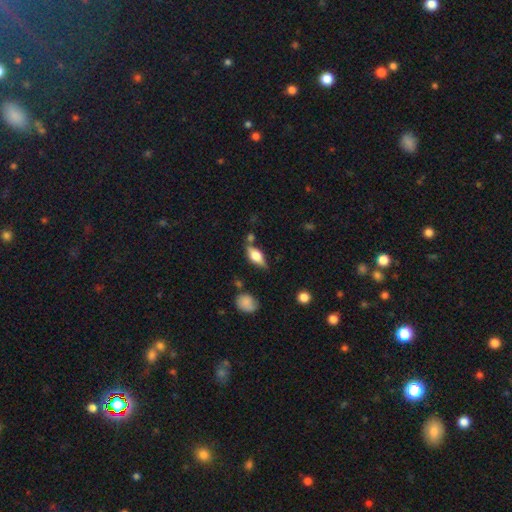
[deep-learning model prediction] The model was most divided on "smooth or featured": smooth: 50%, featured or disk: 42%, star or artifact: 8%. More confident: how rounded — in between (73%); merging — none (67%).